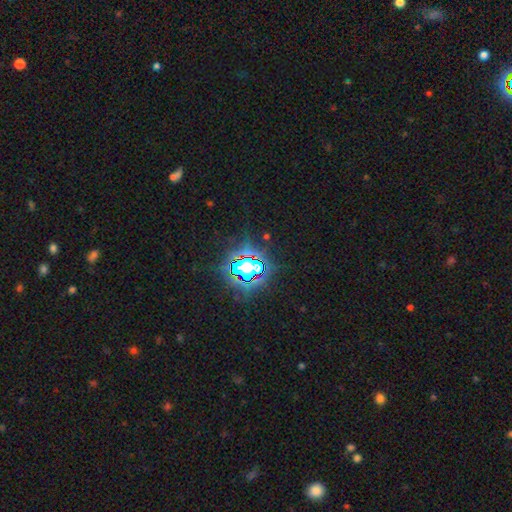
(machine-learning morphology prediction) This is clearly a star or artifact rather than a galaxy (81%).